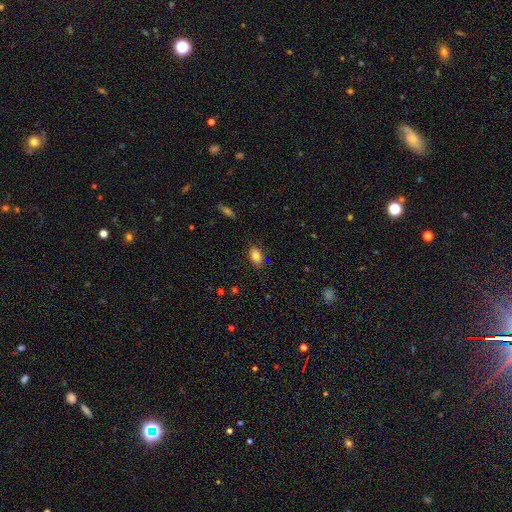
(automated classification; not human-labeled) Overall: smooth (80%). How rounded: in between (87%). Merging: none (83%).